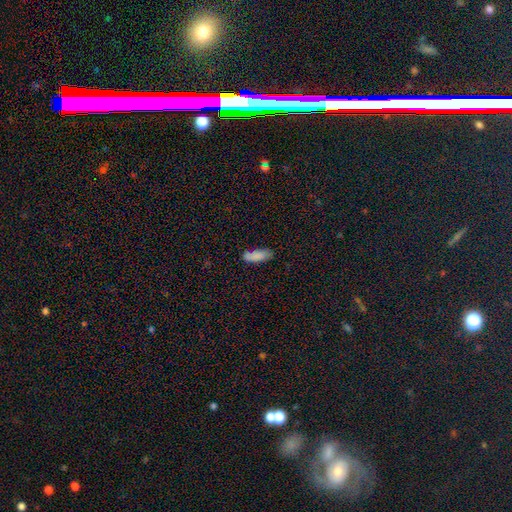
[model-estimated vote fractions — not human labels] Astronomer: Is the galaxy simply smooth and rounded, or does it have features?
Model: smooth — 84%.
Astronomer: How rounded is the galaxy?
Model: in between — 68%.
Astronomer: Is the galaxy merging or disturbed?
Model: none — 68%.